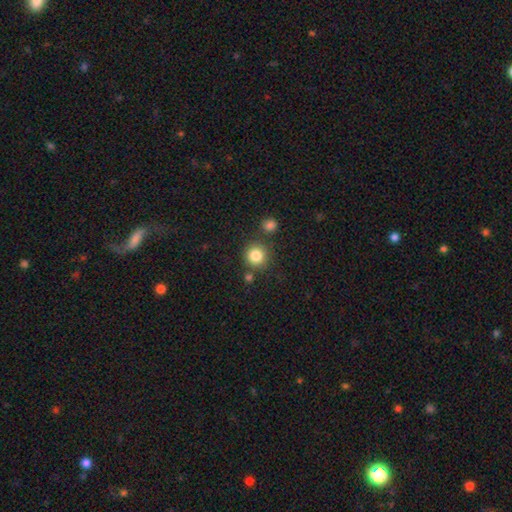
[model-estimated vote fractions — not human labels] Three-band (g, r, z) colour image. It shows a smooth galaxy with no disk features (84%) that is round (92%). Merging: none (80%).